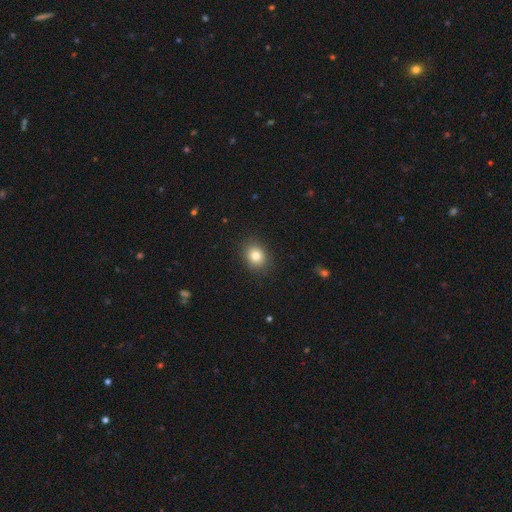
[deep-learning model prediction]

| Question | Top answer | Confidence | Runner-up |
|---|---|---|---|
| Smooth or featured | smooth | 81% | star or artifact (11%) |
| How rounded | round | 62% | in between (38%) |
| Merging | none | 88% | minor disturbance (8%) |